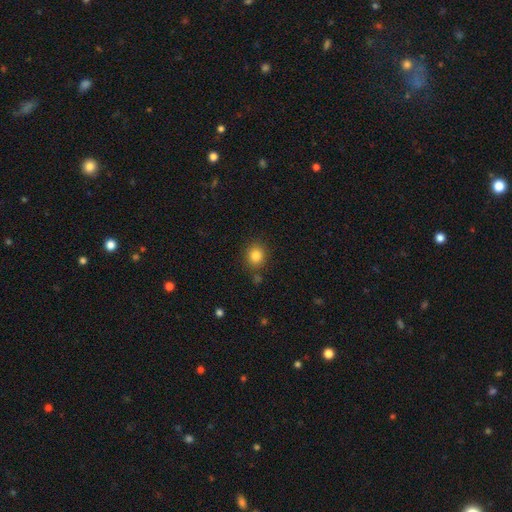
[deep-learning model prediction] This appears to be a smooth galaxy with no disk features (84%) that is round (81%). Merging: none (83%).